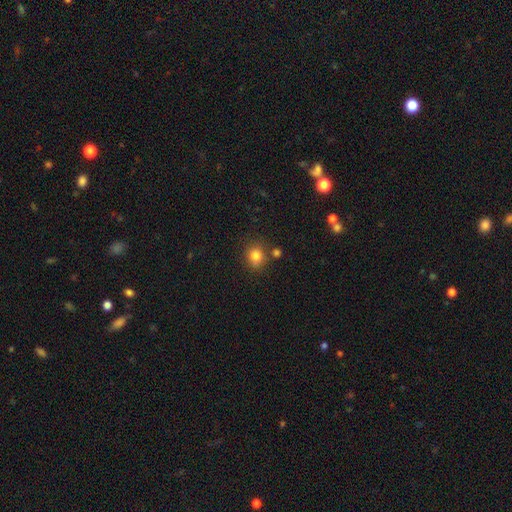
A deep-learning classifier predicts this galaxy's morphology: Overall: smooth (82%). How rounded: round (75%). Merging: none (74%).